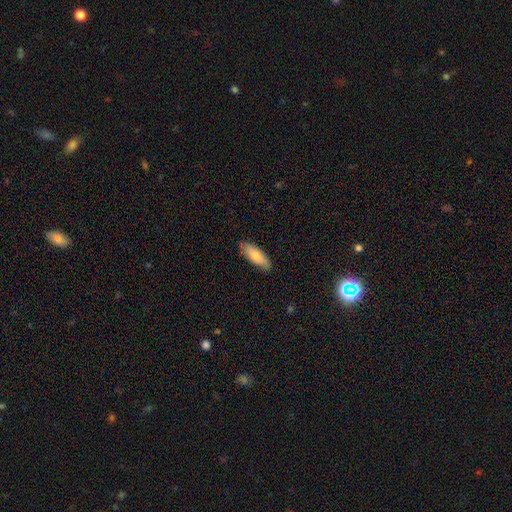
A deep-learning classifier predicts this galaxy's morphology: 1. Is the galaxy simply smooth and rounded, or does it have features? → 79% smooth, 15% featured or disk, 6% star or artifact.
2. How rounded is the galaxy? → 68% in between, 30% cigar-shaped, 2% round.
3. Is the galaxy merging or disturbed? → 82% none, 15% minor disturbance, 2% major disturbance, 1% merger.